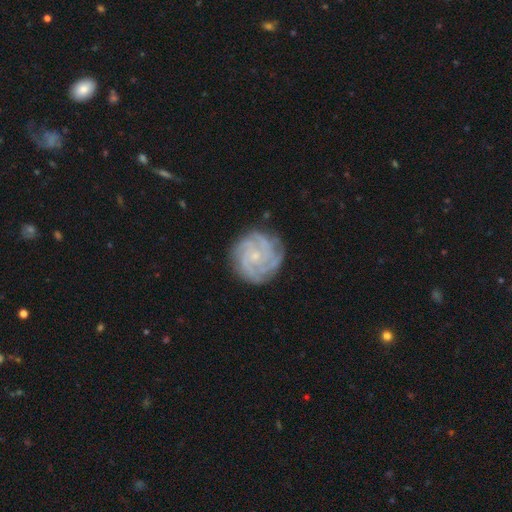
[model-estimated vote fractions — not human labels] smooth-or-featured: featured or disk: 85% | smooth: 9% | star or artifact: 6%
  disk-edge-on: no: 98% | yes: 2%
    bar: no: 75% | weak: 21% | strong: 4%
    has-spiral-arms: yes: 97% | no: 3%
      spiral-winding: tight: 74% | medium: 23% | loose: 4%
      spiral-arm-count: 4: 36% | 3: 19% | can't tell: 19% | more than 4: 12% | 2: 8% | 1: 7%
    bulge-size: small: 74% | moderate: 18% | none: 6% | large: 1% | dominant: 1%
  merging: none: 81% | minor disturbance: 14% | major disturbance: 4% | merger: 1%